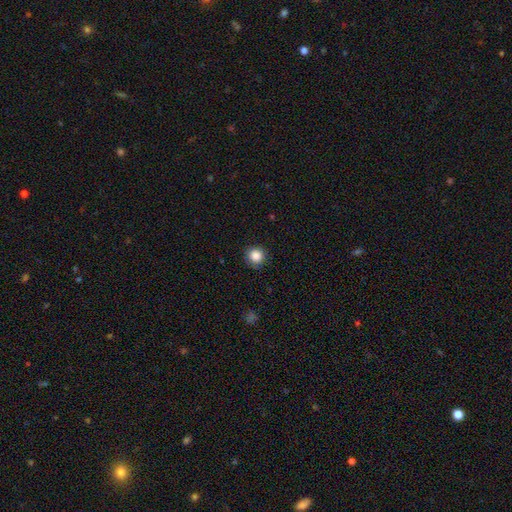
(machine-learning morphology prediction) type=smooth (86%); roundness=round (92%); merging=none (87%).